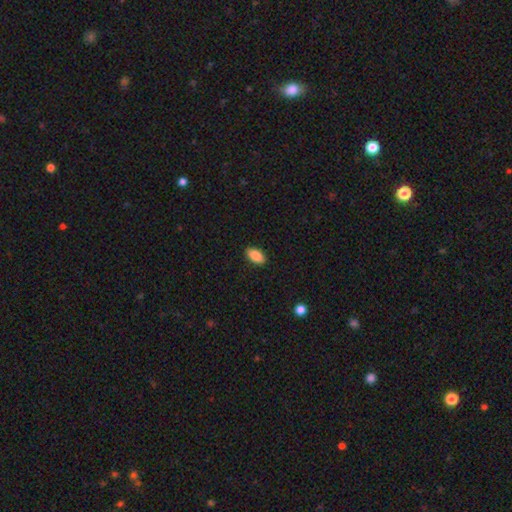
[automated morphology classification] Q: Smooth or featured?
A: smooth (87%); runner-up: star or artifact (7%)
Q: How rounded?
A: in between (93%); runner-up: round (4%)
Q: Merging?
A: none (89%); runner-up: minor disturbance (8%)